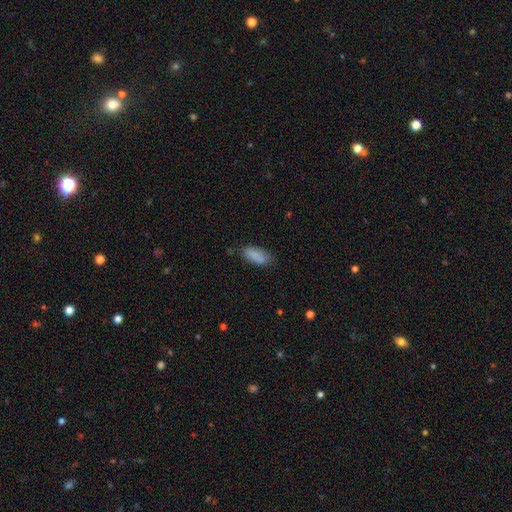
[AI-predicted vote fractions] Smooth or featured? Predicted: smooth (p=0.85). How rounded? Predicted: in between (p=0.85). Merging? Predicted: none (p=0.68).